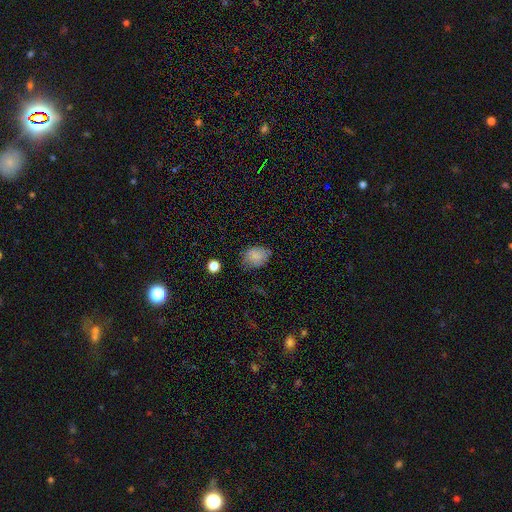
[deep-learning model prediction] A smooth galaxy with no disk features (81%) that is in between round and cigar-shaped (59%).

Vote fractions:
- Smooth or featured? smooth: 81% / star or artifact: 11% / featured or disk: 9%
- How rounded? in between: 59% / round: 40% / cigar-shaped: 1%
- Merging? none: 65% / minor disturbance: 26% / major disturbance: 6% / merger: 2%